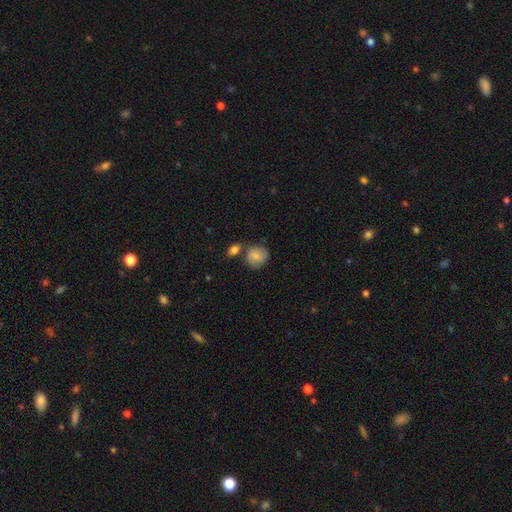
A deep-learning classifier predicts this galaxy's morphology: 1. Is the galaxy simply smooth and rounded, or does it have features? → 80% smooth, 12% featured or disk, 8% star or artifact.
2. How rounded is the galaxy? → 74% round, 25% in between, 1% cigar-shaped.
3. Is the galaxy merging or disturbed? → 57% none, 19% merger, 18% minor disturbance, 5% major disturbance.